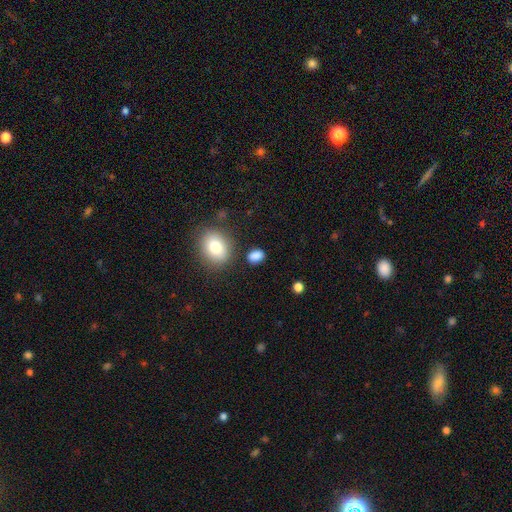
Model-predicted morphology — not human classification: Smooth or featured: smooth — 85% (star or artifact — 10%)
How rounded: in between — 71% (round — 27%)
Merging: none — 79% (minor disturbance — 12%)